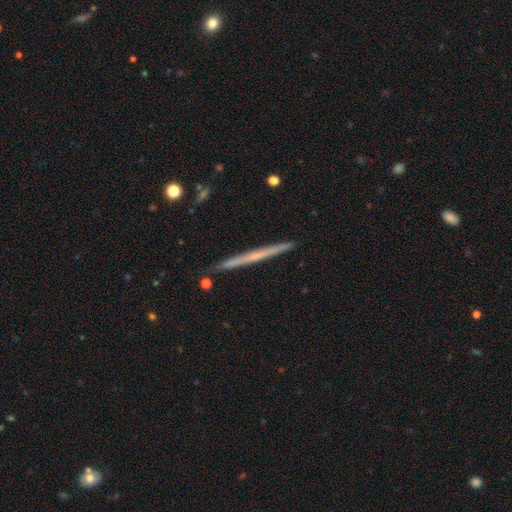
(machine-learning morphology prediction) The model was most divided on "smooth or featured": featured or disk: 57%, smooth: 37%, star or artifact: 5%. More confident: edge-on disk — yes (98%); merging — none (92%); edge-on bulge — none (84%).